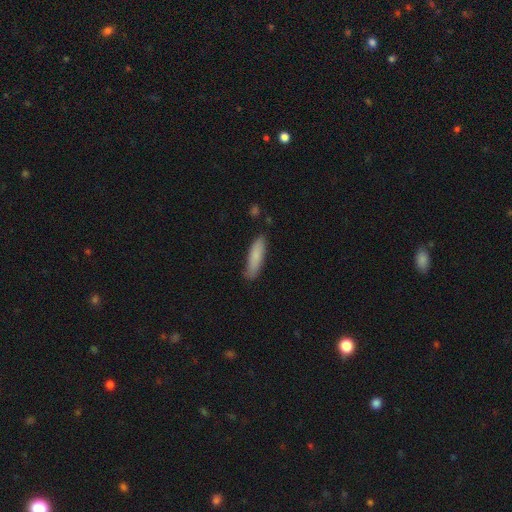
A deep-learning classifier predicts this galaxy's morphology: A smooth galaxy with no disk features (83%) that is cigar-shaped (66%).

Vote fractions:
- Smooth or featured? smooth: 83% / featured or disk: 12% / star or artifact: 6%
- How rounded? cigar-shaped: 66% / in between: 32% / round: 1%
- Merging? none: 79% / minor disturbance: 16% / major disturbance: 3% / merger: 2%